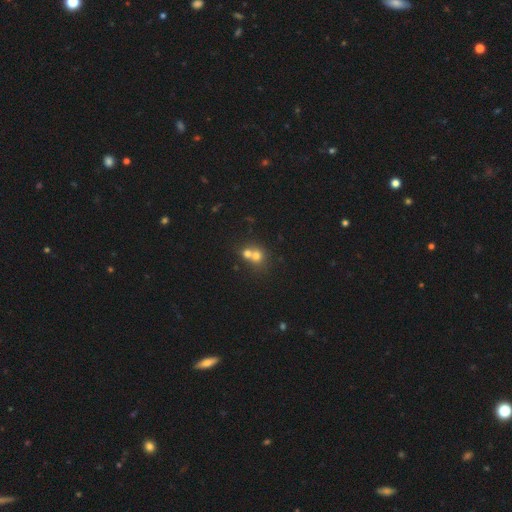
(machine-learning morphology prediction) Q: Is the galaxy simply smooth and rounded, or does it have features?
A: smooth — 68%.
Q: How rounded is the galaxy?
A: round — 78%.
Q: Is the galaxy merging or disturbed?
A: merger — 63%.